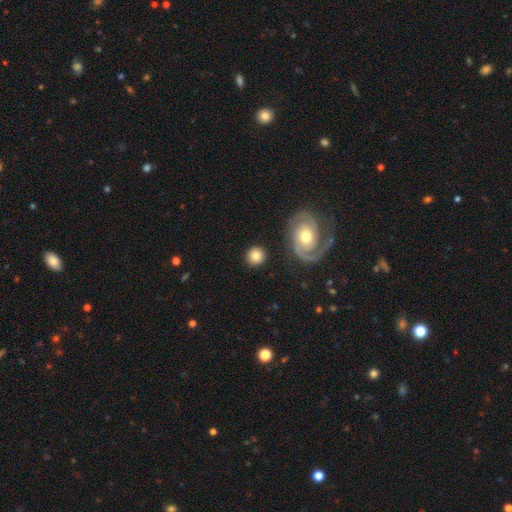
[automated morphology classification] A smooth galaxy with no disk features (75%) that is round (89%). Merging: none (87%).